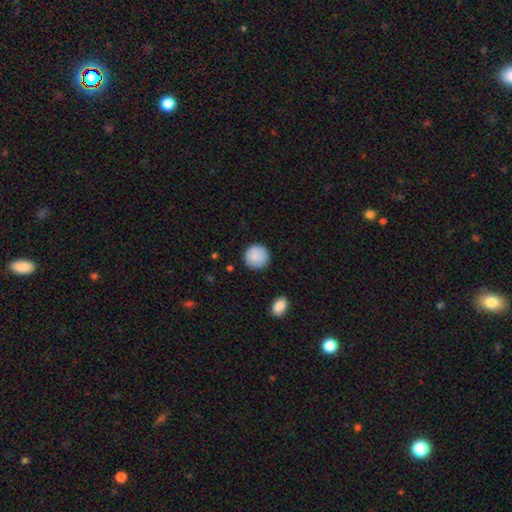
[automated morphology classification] Overall: smooth (86%). How rounded: round (94%). Merging: none (87%).